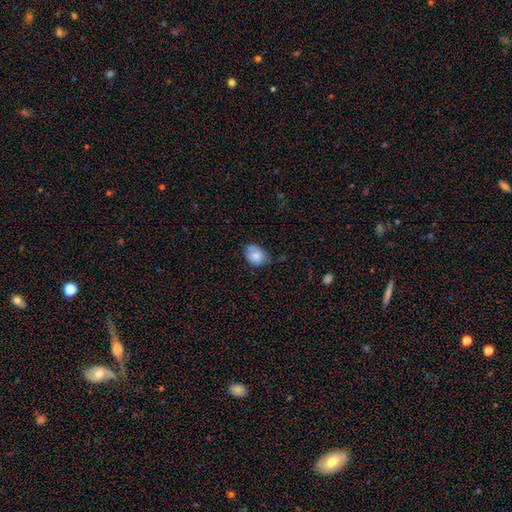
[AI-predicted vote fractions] smooth 77%, featured or disk 14%, star or artifact 8%. Down the decision tree: how rounded — in between (62%); merging — none (51%).